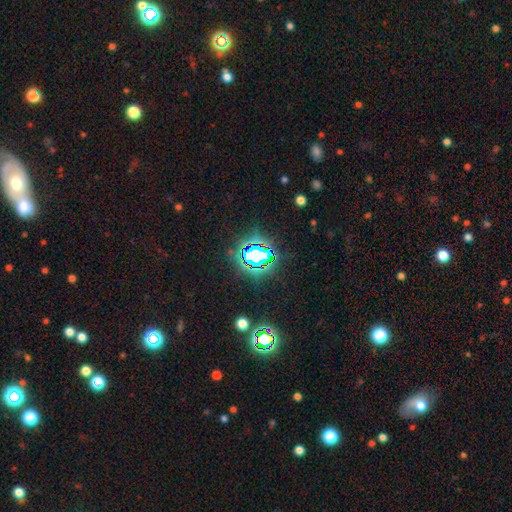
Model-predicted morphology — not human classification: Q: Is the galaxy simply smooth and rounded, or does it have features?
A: star or artifact — 72%.